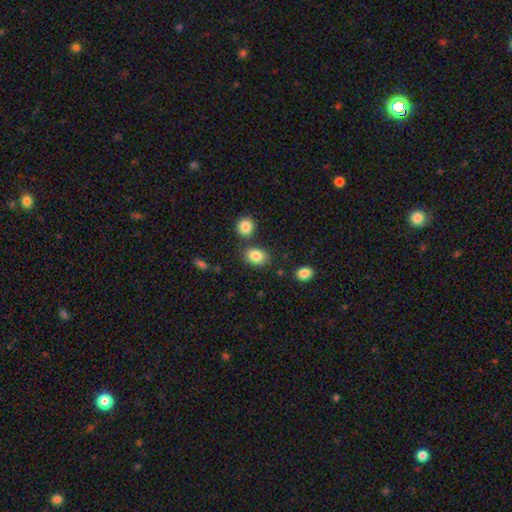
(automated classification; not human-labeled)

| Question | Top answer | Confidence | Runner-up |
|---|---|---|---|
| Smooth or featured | smooth | 85% | star or artifact (9%) |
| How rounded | in between | 70% | round (29%) |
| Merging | none | 75% | minor disturbance (11%) |